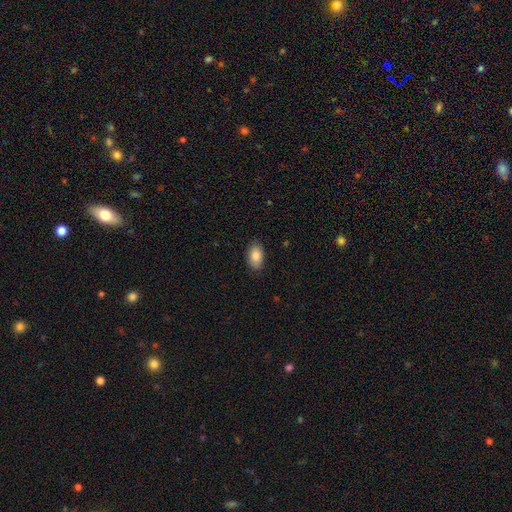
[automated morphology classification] A smooth galaxy with no disk features (85%) that is in between round and cigar-shaped (93%).

Vote fractions:
- Smooth or featured? smooth: 85% / featured or disk: 8% / star or artifact: 7%
- How rounded? in between: 93% / round: 6% / cigar-shaped: 2%
- Merging? none: 87% / minor disturbance: 10% / major disturbance: 2% / merger: 1%